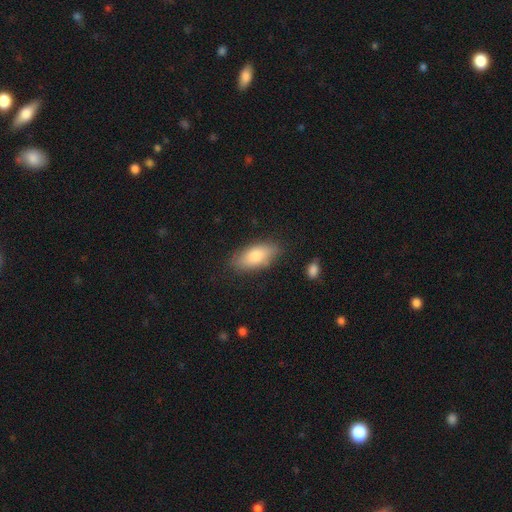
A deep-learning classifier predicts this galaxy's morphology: Overall: smooth (80%). How rounded: in between (85%). Merging: none (81%).